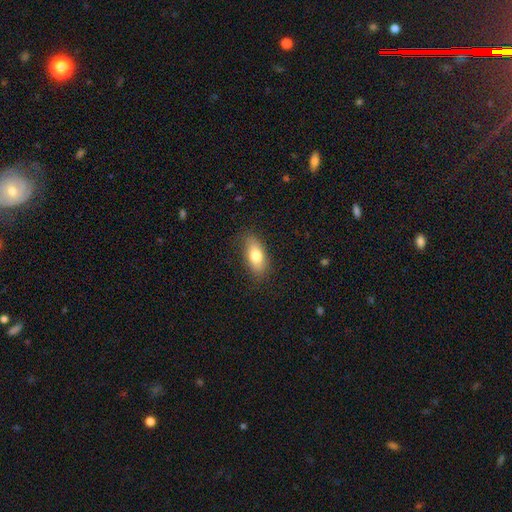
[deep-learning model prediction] A smooth galaxy with no disk features (77%) that is in between round and cigar-shaped (84%).

Vote fractions:
- Smooth or featured? smooth: 77% / featured or disk: 16% / star or artifact: 7%
- How rounded? in between: 84% / cigar-shaped: 11% / round: 5%
- Merging? none: 82% / minor disturbance: 13% / major disturbance: 3% / merger: 1%